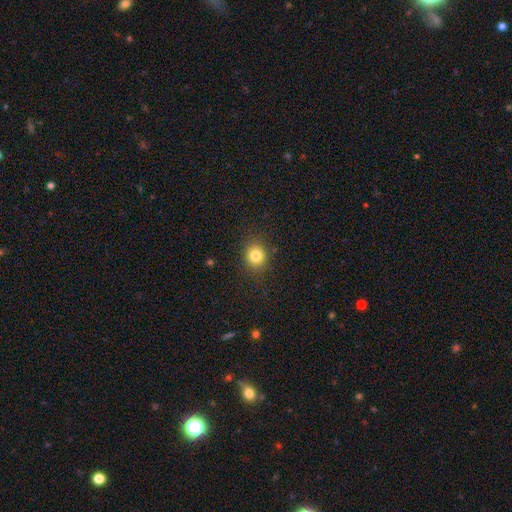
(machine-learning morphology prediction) smooth 81%, star or artifact 12%, featured or disk 7%. Down the decision tree: how rounded — round (80%); merging — none (87%).